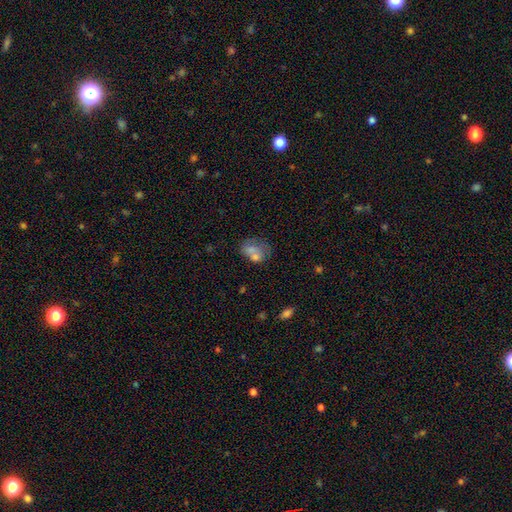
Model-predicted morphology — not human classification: This appears to be a smooth galaxy with no disk features (62%) that is in between round and cigar-shaped (62%). Merging: merger (40%).